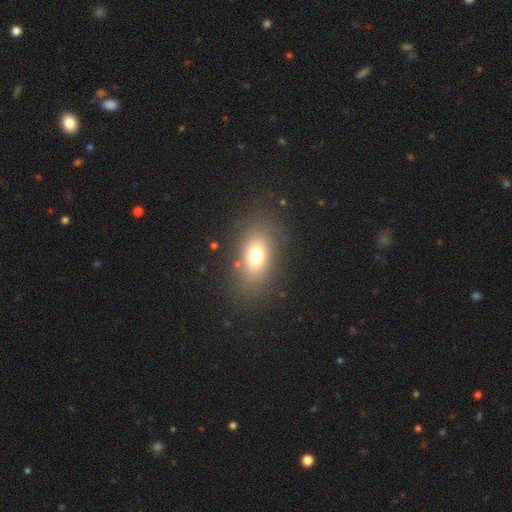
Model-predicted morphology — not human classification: The model was most divided on "smooth or featured": smooth: 72%, featured or disk: 15%, star or artifact: 13%. More confident: merging — none (82%); how rounded — in between (80%).